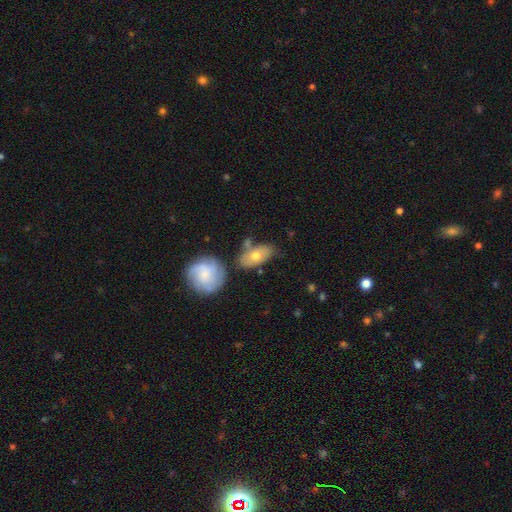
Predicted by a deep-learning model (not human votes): A smooth galaxy with no disk features (59%) that is in between round and cigar-shaped (87%). Merging: none (58%).